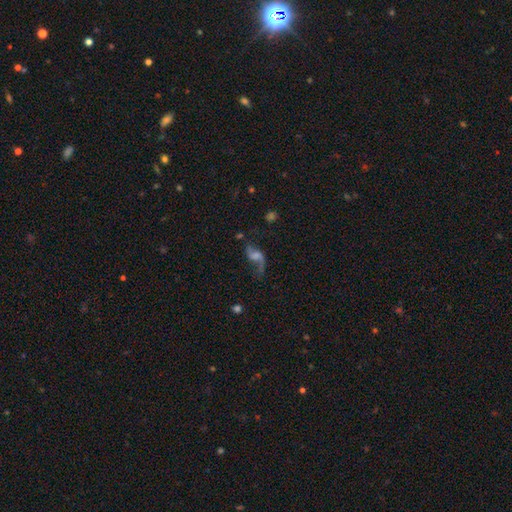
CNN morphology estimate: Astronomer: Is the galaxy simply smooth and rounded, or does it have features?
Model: featured or disk — 74%.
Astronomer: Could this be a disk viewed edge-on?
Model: no — 95%.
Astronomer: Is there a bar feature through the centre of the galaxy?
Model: no — 50% (runner-up: weak, 39%).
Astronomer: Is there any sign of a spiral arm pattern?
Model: yes — 92%.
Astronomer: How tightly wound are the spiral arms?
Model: loose — 87%.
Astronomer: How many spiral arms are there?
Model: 2 — 85%.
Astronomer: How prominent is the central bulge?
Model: none — 31% (runner-up: moderate, 27%).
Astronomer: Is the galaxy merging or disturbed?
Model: none — 55%.